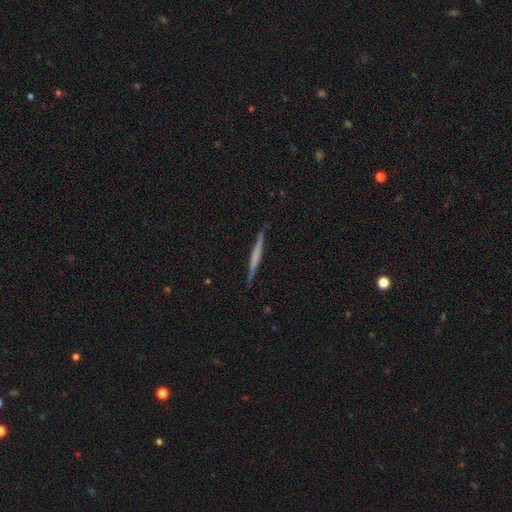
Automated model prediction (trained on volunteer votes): A featured or disk galaxy (50%). Merging: none (90%).